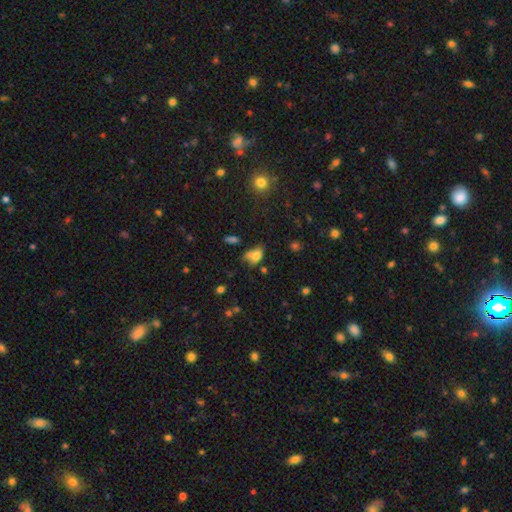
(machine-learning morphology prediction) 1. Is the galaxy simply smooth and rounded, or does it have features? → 69% smooth, 16% star or artifact, 15% featured or disk.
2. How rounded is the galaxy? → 80% in between, 17% round, 3% cigar-shaped.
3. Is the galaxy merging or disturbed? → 36% none, 27% minor disturbance, 19% major disturbance, 18% merger.